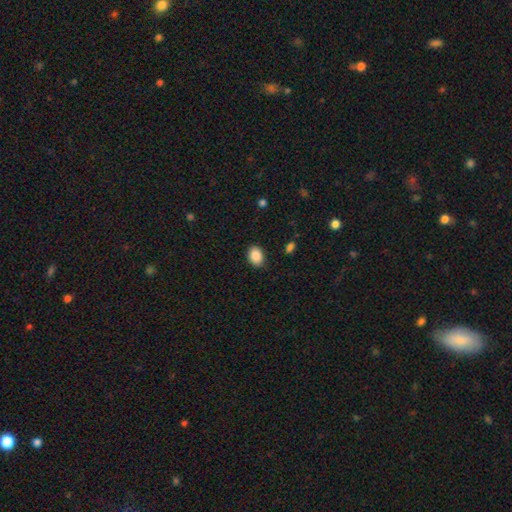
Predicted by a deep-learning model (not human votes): smooth_or_featured: smooth (p=0.89) [alt: star or artifact p=0.08]
how_rounded: in between (p=0.74) [alt: round p=0.24]
merging: none (p=0.86) [alt: minor disturbance p=0.10]